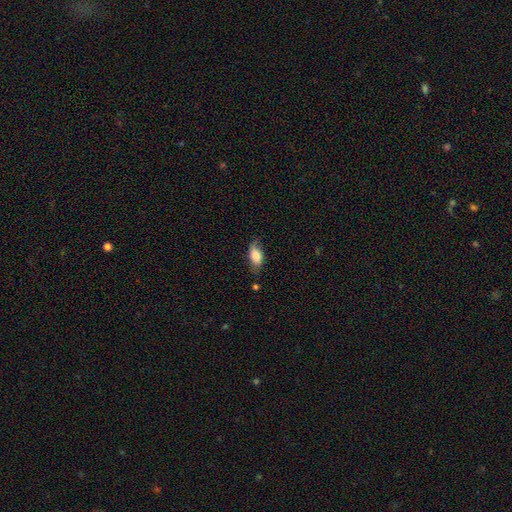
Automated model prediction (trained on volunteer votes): This is likely a smooth galaxy (73%). How rounded: clearly in between (87%). Merging: likely none (61%).